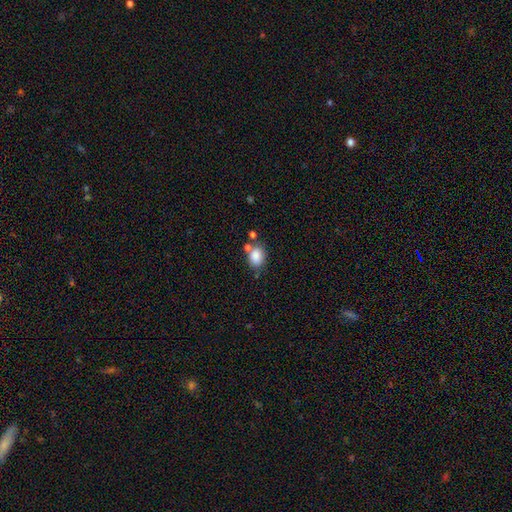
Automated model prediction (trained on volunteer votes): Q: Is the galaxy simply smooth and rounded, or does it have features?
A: smooth — 85%.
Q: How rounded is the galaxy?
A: in between — 65%.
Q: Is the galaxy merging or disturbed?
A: none — 63%.